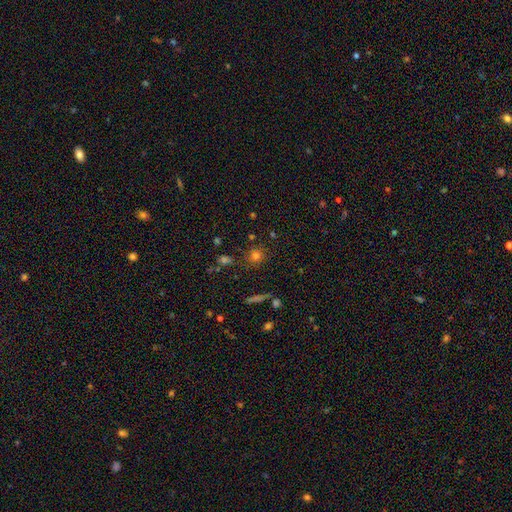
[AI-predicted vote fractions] Q: Smooth or featured?
A: smooth (73%); runner-up: star or artifact (19%)
Q: How rounded?
A: round (87%); runner-up: in between (11%)
Q: Merging?
A: none (82%); runner-up: minor disturbance (10%)